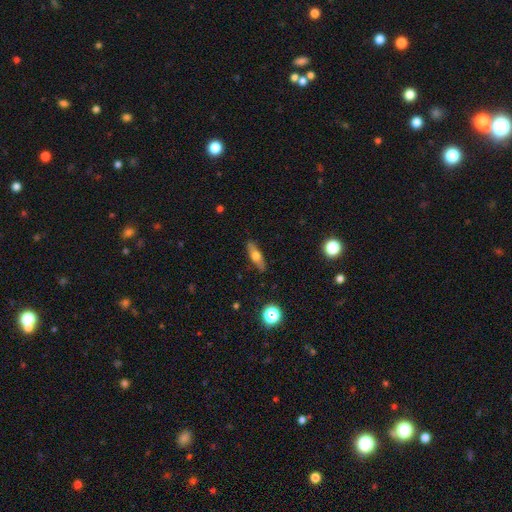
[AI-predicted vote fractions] Q: Smooth or featured?
A: smooth (50%); runner-up: featured or disk (41%)
Q: How rounded?
A: cigar-shaped (55%); runner-up: in between (40%)
Q: Merging?
A: none (87%); runner-up: minor disturbance (10%)